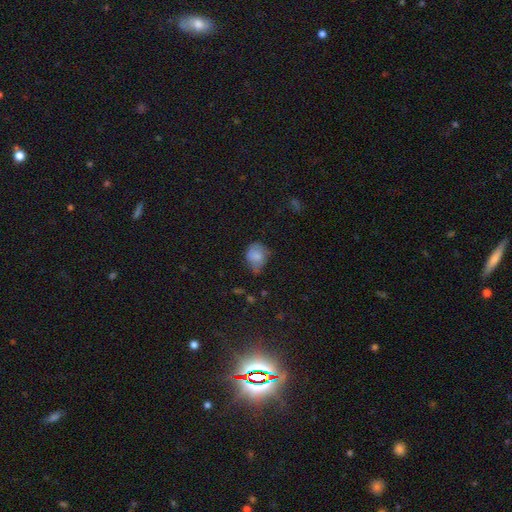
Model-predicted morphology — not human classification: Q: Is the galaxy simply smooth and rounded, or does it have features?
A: smooth — 77%.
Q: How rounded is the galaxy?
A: round — 50%.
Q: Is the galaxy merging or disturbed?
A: none — 42%.